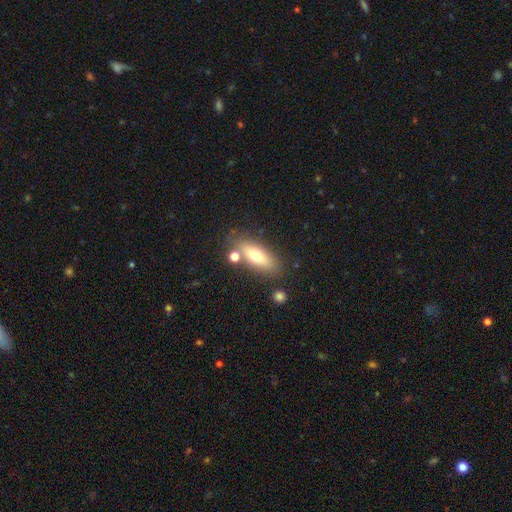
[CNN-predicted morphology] Overall: smooth (67%). How rounded: in between (67%; cigar-shaped 30%). Merging: none (74%).